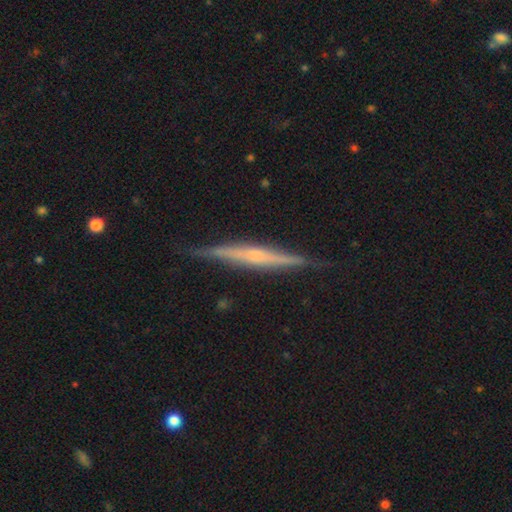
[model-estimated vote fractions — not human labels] A featured or disk galaxy (74%) viewed edge-on (97%) with a rounded central bulge (52%). Merging: none (86%).